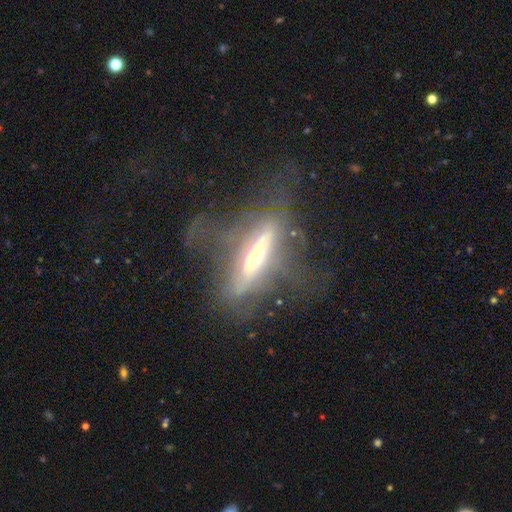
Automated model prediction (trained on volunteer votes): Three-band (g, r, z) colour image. It shows a featured or disk galaxy (71%) viewed edge-on (70%) with a rounded central bulge (69%). Merging: none (39%).